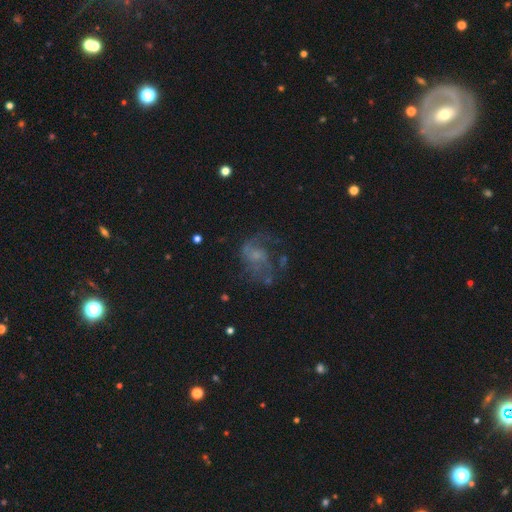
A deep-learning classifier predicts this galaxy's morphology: type=featured or disk (67%); edge-on=no (98%); bar=no (67%); spiral arms=yes (74%); bulge=small (45%); merging=none (43%).